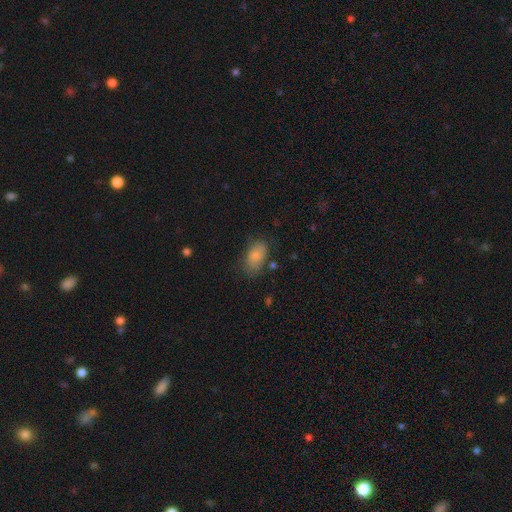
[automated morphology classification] smooth-or-featured: smooth: 82% | featured or disk: 10% | star or artifact: 8%
  how-rounded: in between: 90% | round: 8% | cigar-shaped: 2%
  merging: none: 65% | minor disturbance: 23% | major disturbance: 8% | merger: 3%